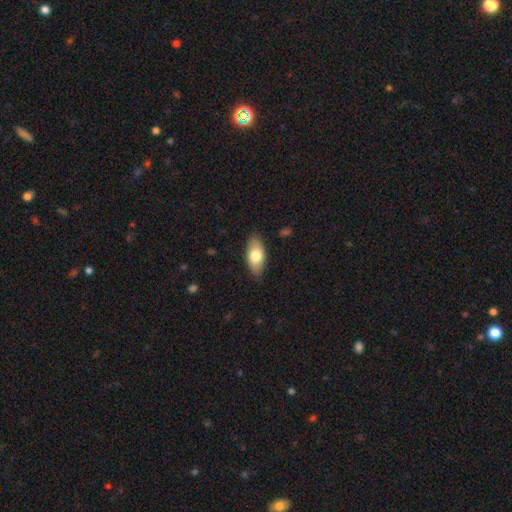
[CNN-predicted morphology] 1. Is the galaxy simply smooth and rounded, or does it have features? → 76% smooth, 18% featured or disk, 6% star or artifact.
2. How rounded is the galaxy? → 89% in between, 8% cigar-shaped, 3% round.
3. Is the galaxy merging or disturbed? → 86% none, 11% minor disturbance, 2% major disturbance, 1% merger.